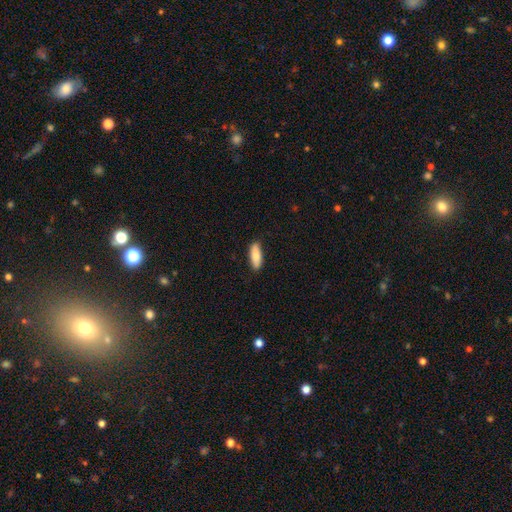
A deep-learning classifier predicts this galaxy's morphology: Overall: smooth (82%). How rounded: in between (65%; cigar-shaped 33%). Merging: none (88%).